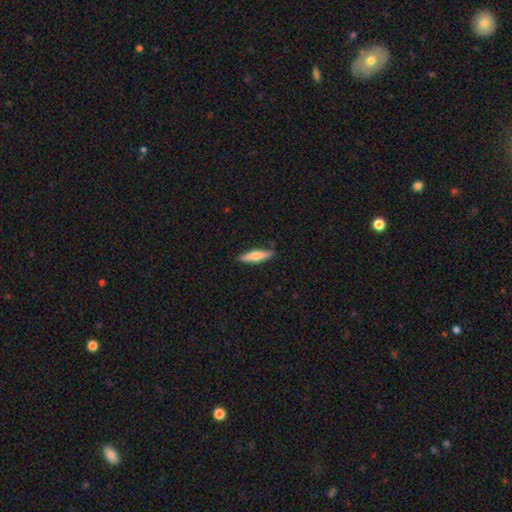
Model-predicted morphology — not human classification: smooth-or-featured: smooth: 52% | featured or disk: 43% | star or artifact: 6%
  how-rounded: cigar-shaped: 75% | in between: 23% | round: 2%
  merging: none: 87% | minor disturbance: 10% | major disturbance: 2% | merger: 1%